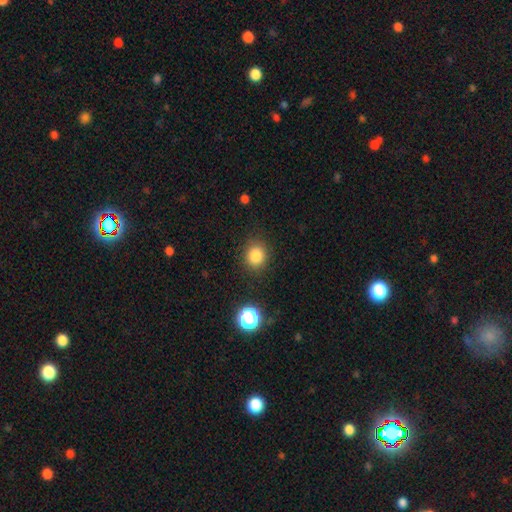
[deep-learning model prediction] smooth_or_featured: smooth (p=0.83) [alt: star or artifact p=0.12]
how_rounded: round (p=0.76) [alt: in between p=0.23]
merging: none (p=0.86) [alt: minor disturbance p=0.09]